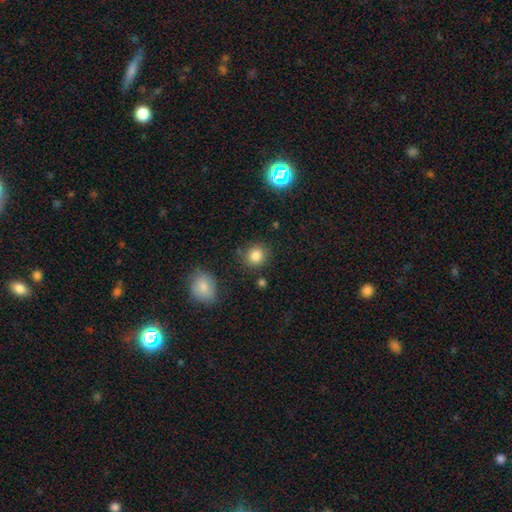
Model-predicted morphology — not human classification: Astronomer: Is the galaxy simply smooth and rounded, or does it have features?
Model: smooth — 84%.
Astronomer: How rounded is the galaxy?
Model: round — 82%.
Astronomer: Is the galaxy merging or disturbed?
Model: none — 81%.